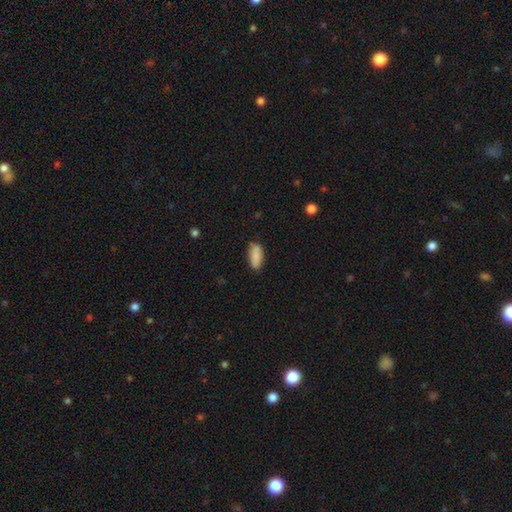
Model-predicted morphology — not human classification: Smooth or featured? Predicted: smooth (p=0.88). How rounded? Predicted: in between (p=0.81). Merging? Predicted: none (p=0.80).